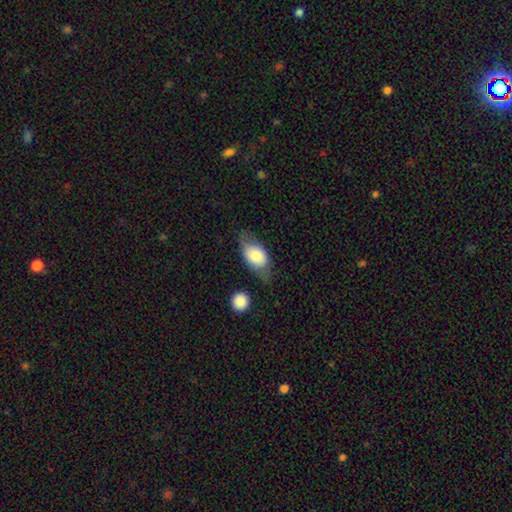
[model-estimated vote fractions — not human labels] This appears to be a smooth galaxy with no disk features (71%) that is in between round and cigar-shaped (85%). Merging: none (55%).